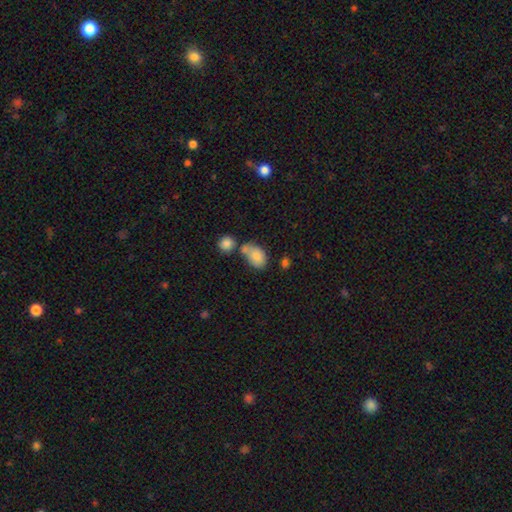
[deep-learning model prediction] The model was most divided on "merging": none: 41%, merger: 36%, minor disturbance: 17%, major disturbance: 6%. More confident: how rounded — in between (83%); smooth or featured — smooth (82%).